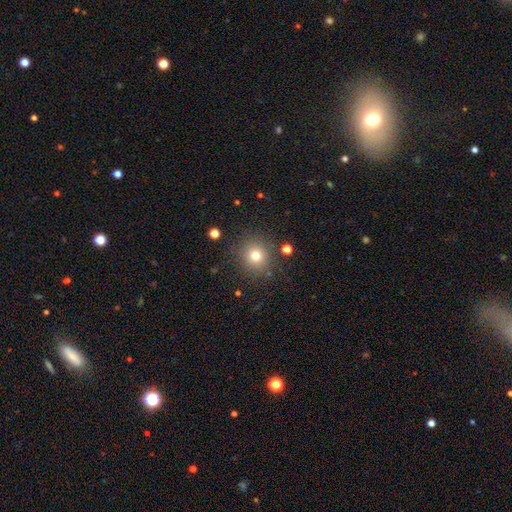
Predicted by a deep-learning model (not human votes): This is likely a smooth galaxy (75%). How rounded: clearly round (90%). Merging: clearly none (86%).